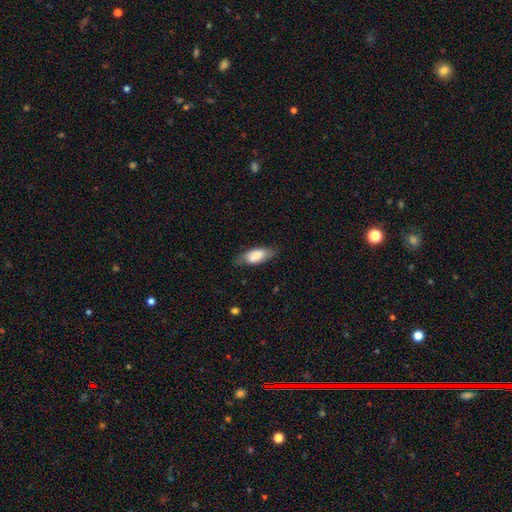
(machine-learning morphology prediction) Q: Smooth or featured?
A: smooth (72%); runner-up: featured or disk (21%)
Q: How rounded?
A: in between (80%); runner-up: cigar-shaped (17%)
Q: Merging?
A: none (72%); runner-up: minor disturbance (21%)